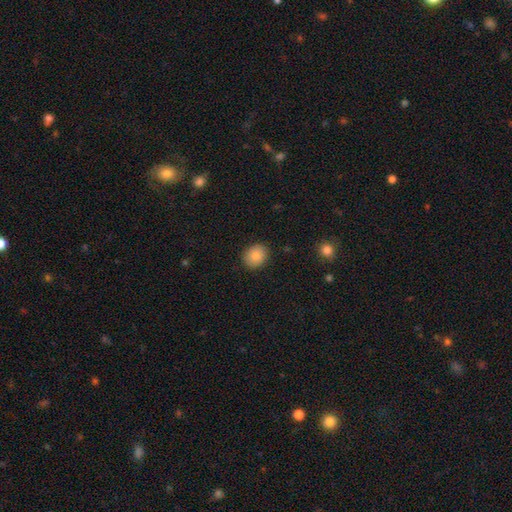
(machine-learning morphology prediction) Q: Smooth or featured?
A: smooth (84%); runner-up: star or artifact (8%)
Q: How rounded?
A: round (57%); runner-up: in between (43%)
Q: Merging?
A: none (88%); runner-up: minor disturbance (9%)